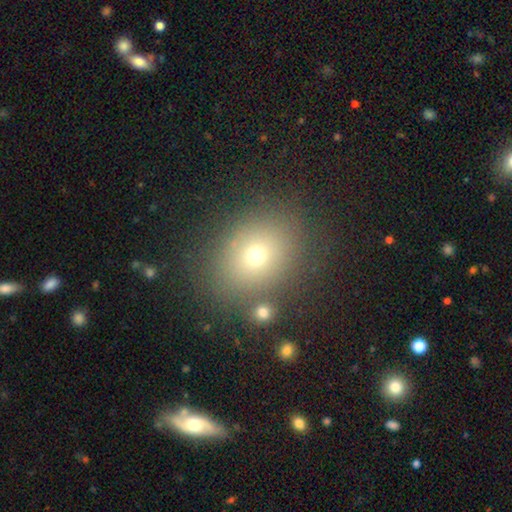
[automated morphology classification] Overall: smooth (68%). How rounded: round (54%; in between 45%). Merging: none (80%).